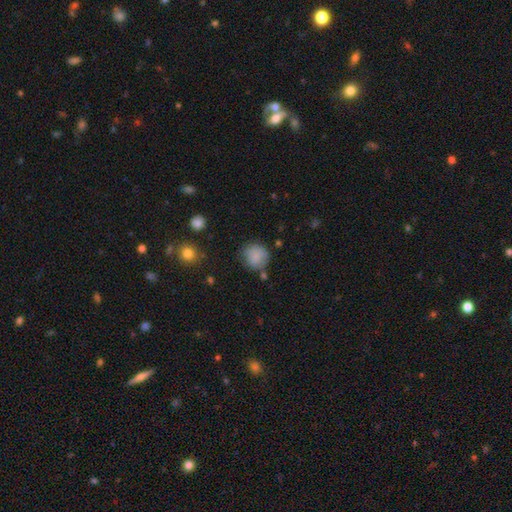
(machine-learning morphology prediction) The model was most divided on "merging": none: 66%, minor disturbance: 21%, major disturbance: 7%, merger: 5%. More confident: how rounded — round (84%); smooth or featured — smooth (82%).